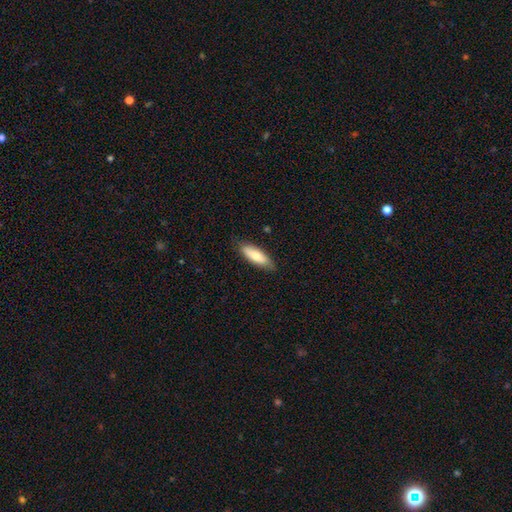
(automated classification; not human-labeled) Q: Smooth or featured?
A: smooth (75%); runner-up: featured or disk (19%)
Q: How rounded?
A: in between (59%); runner-up: cigar-shaped (39%)
Q: Merging?
A: none (83%); runner-up: minor disturbance (13%)